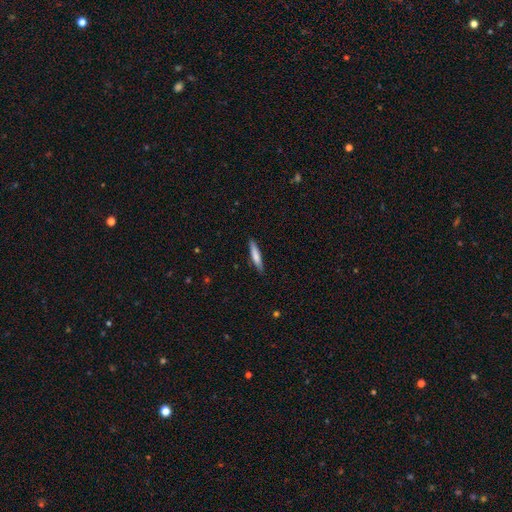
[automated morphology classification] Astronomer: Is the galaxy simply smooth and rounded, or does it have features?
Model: smooth — 72%.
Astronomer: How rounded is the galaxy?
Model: cigar-shaped — 90%.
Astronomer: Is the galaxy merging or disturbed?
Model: none — 87%.